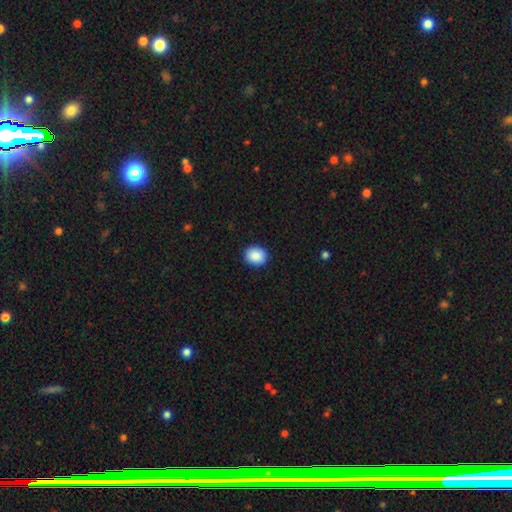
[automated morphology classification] Q: Smooth or featured?
A: smooth (90%); runner-up: star or artifact (7%)
Q: How rounded?
A: round (64%); runner-up: in between (35%)
Q: Merging?
A: none (91%); runner-up: minor disturbance (7%)